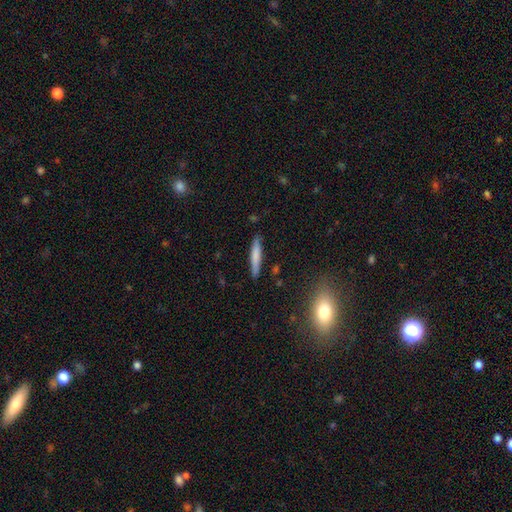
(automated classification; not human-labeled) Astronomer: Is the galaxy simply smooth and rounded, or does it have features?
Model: smooth — 72%.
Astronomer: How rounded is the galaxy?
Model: cigar-shaped — 92%.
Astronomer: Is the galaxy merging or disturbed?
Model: none — 86%.